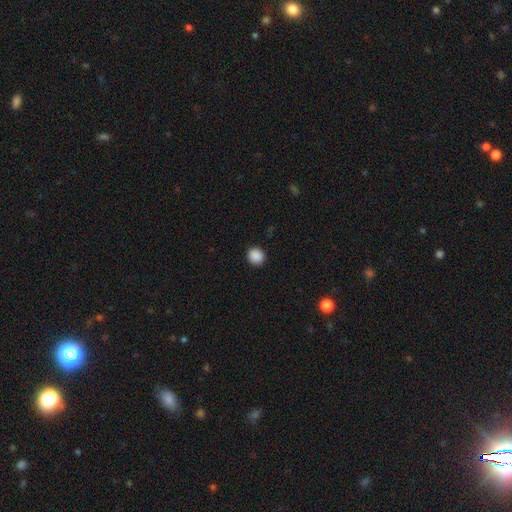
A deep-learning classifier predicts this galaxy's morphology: This is clearly a smooth galaxy (89%). How rounded: clearly round (86%). Merging: clearly none (92%).